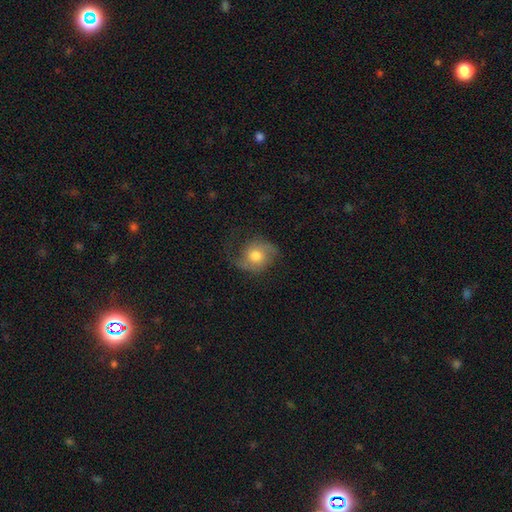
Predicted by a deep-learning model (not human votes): A featured or disk galaxy (54%) with no bar (73%), spiral arms (87%) and a moderate central bulge (65%).

Vote fractions:
- Smooth or featured? featured or disk: 54% / smooth: 38% / star or artifact: 8%
- Edge-on disk? no: 96% / yes: 4%
- Bar? no: 73% / weak: 23% / strong: 4%
- Spiral arms? yes: 87% / no: 13%
- Bulge size? moderate: 65% / large: 18% / small: 12% / dominant: 2% / none: 2%
- Merging? none: 55% / minor disturbance: 24% / major disturbance: 20% / merger: 1%